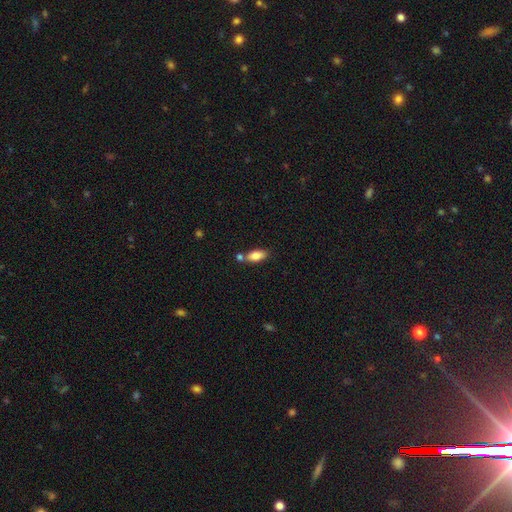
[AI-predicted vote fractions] Smooth or featured? smooth (82%)
How rounded? in between (86%)
Merging? none (60%)